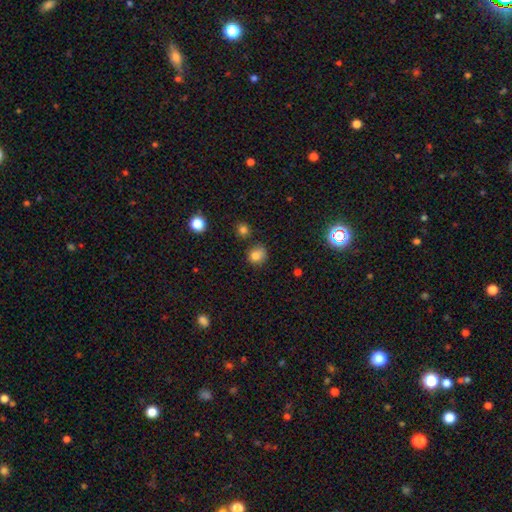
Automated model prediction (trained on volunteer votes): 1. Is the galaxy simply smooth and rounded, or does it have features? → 79% smooth, 13% star or artifact, 7% featured or disk.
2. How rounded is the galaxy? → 79% round, 20% in between, 1% cigar-shaped.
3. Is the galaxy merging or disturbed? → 66% none, 22% minor disturbance, 7% merger, 5% major disturbance.